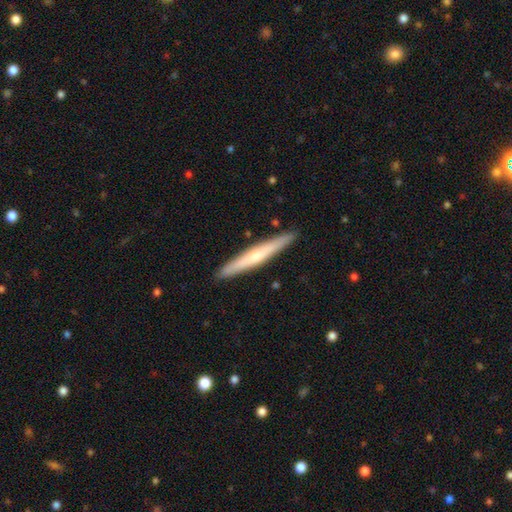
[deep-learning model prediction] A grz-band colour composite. It shows a featured or disk galaxy (48%). Merging: none (91%).